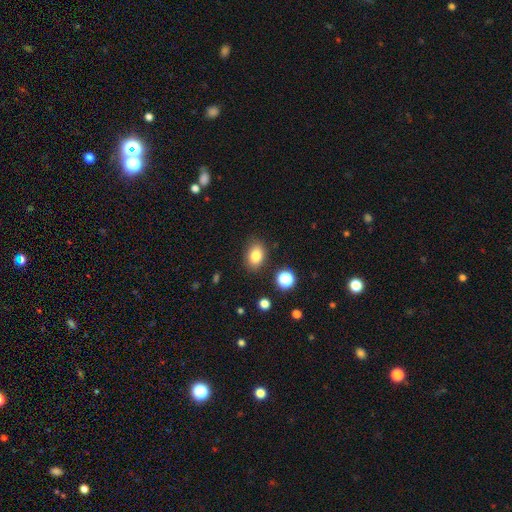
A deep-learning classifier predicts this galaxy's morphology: smooth-or-featured: smooth: 82% | star or artifact: 11% | featured or disk: 7%
  how-rounded: in between: 75% | round: 24% | cigar-shaped: 1%
  merging: none: 83% | minor disturbance: 11% | major disturbance: 3% | merger: 2%